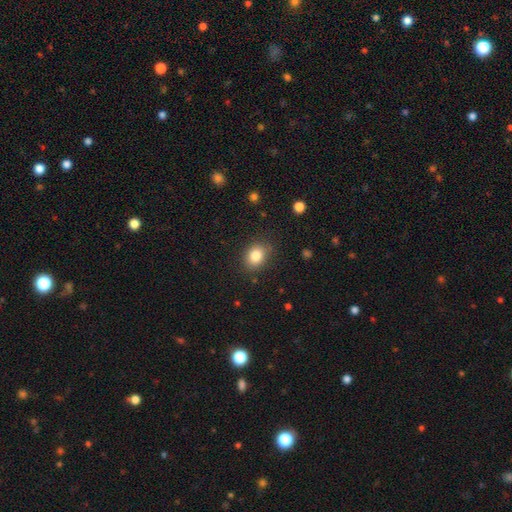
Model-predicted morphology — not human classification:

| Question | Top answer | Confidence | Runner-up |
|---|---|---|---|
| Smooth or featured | smooth | 83% | star or artifact (10%) |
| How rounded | in between | 51% | round (49%) |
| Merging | none | 84% | minor disturbance (11%) |